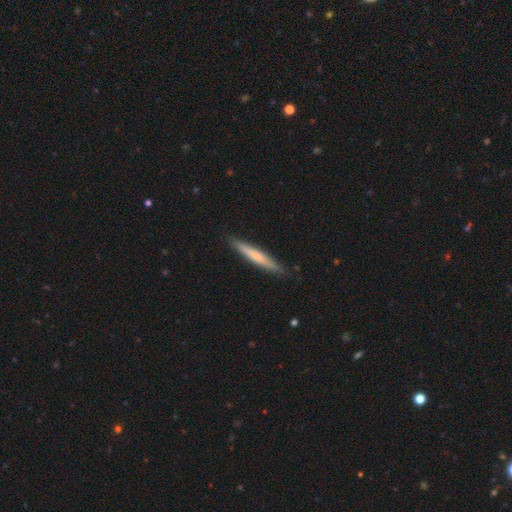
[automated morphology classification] Overall: smooth (59%; featured or disk 36%). How rounded: cigar-shaped (95%). Merging: none (89%).